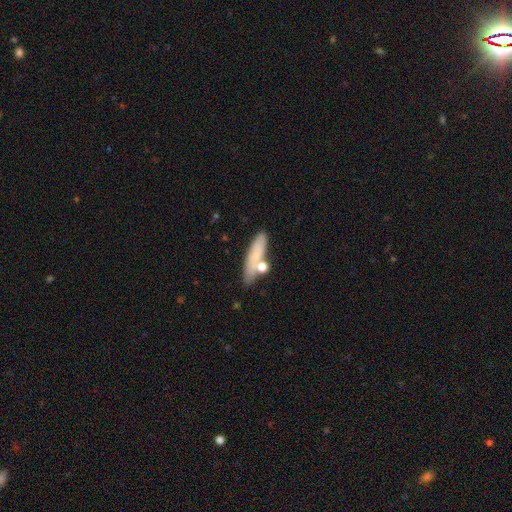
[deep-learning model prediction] Smooth or featured: smooth — 69% (featured or disk — 23%)
How rounded: cigar-shaped — 63% (in between — 33%)
Merging: none — 65% (minor disturbance — 17%)